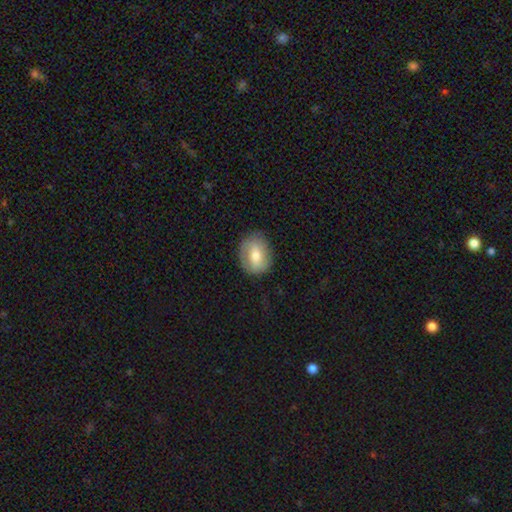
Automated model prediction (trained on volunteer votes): smooth-or-featured: smooth: 67% | featured or disk: 26% | star or artifact: 7%
  how-rounded: in between: 62% | round: 37% | cigar-shaped: 1%
  merging: none: 80% | minor disturbance: 15% | major disturbance: 4% | merger: 1%